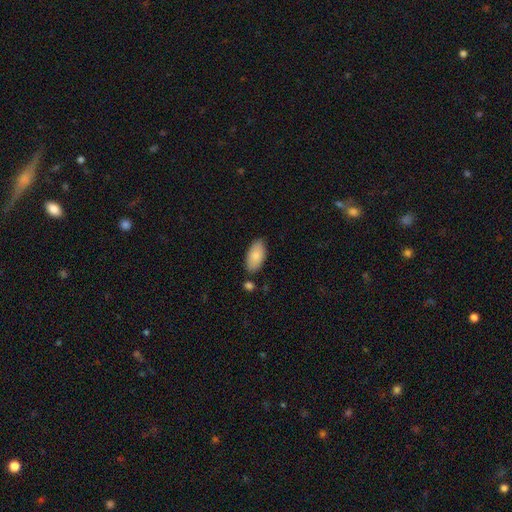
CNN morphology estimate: Q: Smooth or featured?
A: smooth (82%); runner-up: featured or disk (12%)
Q: How rounded?
A: in between (94%); runner-up: cigar-shaped (3%)
Q: Merging?
A: none (81%); runner-up: minor disturbance (13%)